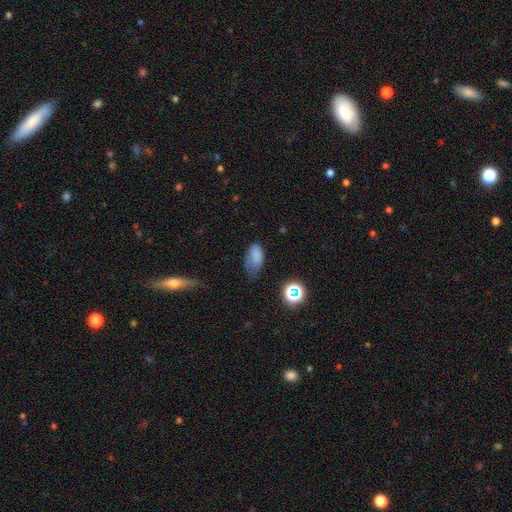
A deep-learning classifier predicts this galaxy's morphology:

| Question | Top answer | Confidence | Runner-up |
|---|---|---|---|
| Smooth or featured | smooth | 75% | star or artifact (15%) |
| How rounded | in between | 90% | round (8%) |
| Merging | minor disturbance | 43% | none (30%) |